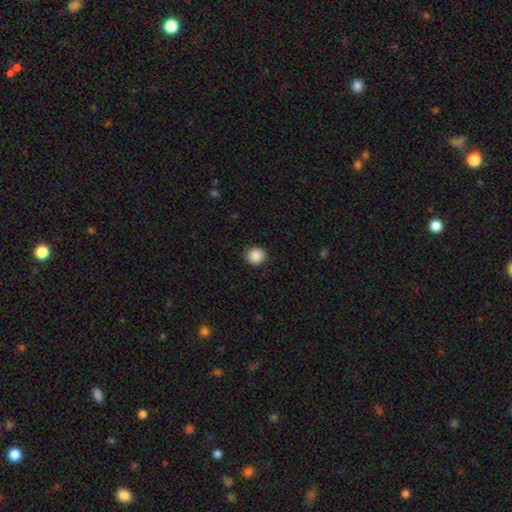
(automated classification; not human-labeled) Smooth or featured? smooth (89%)
How rounded? round (85%)
Merging? none (90%)